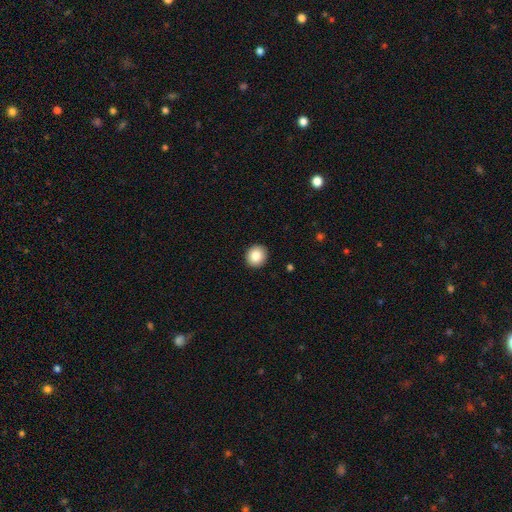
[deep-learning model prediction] smooth_or_featured: smooth (p=0.84) [alt: star or artifact p=0.09]
how_rounded: round (p=0.89) [alt: in between p=0.10]
merging: none (p=0.92) [alt: minor disturbance p=0.05]